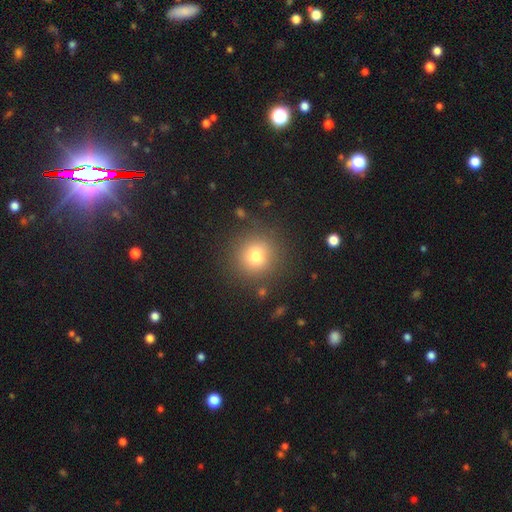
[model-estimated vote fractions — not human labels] This appears to be a smooth galaxy with no disk features (77%) that is round (92%). Merging: none (86%).